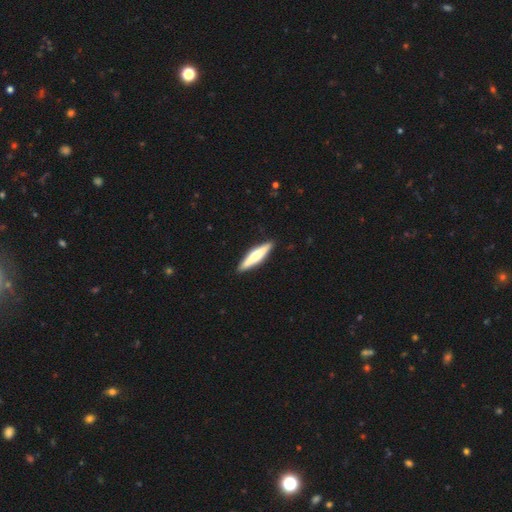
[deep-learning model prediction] This is possibly a featured or disk galaxy (50%). It is clearly viewed edge-on (96%). Merging: clearly none (92%).